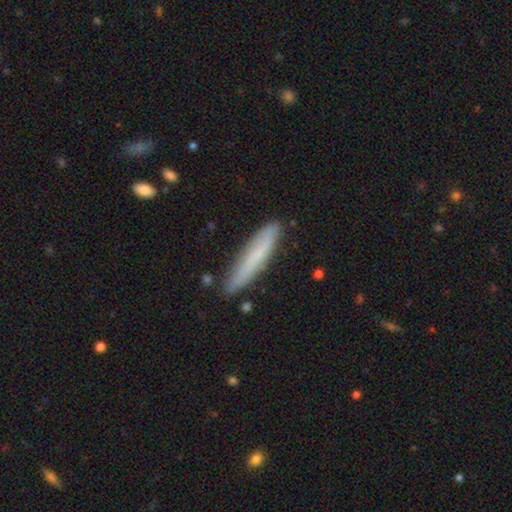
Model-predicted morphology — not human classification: smooth 68%, featured or disk 26%, star or artifact 7%. Down the decision tree: how rounded — cigar-shaped (91%); merging — none (83%).